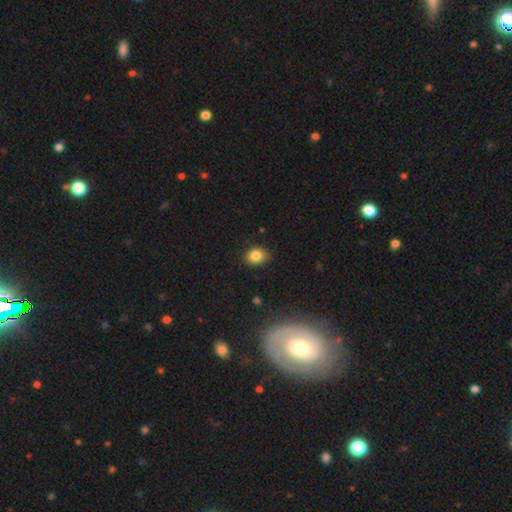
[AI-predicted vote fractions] Smooth or featured? smooth (83%)
How rounded? in between (54%)
Merging? none (82%)